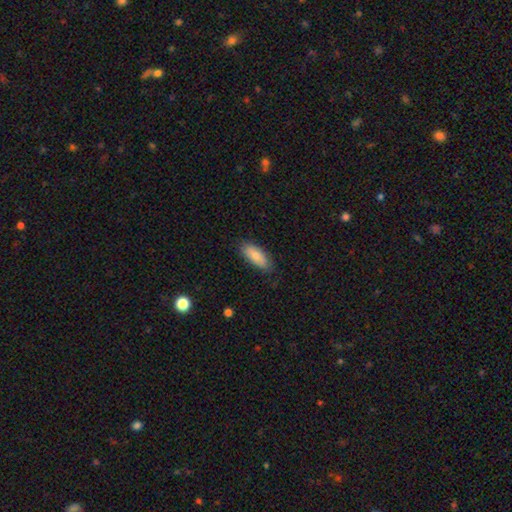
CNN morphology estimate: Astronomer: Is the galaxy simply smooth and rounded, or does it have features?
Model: smooth — 80%.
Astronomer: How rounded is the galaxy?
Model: in between — 82%.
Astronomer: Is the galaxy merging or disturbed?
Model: none — 81%.